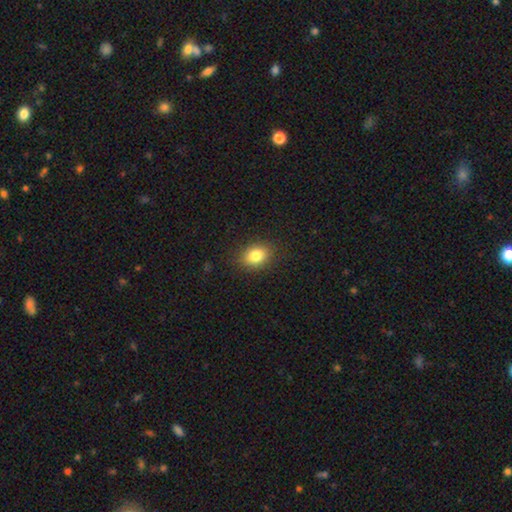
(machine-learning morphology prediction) Smooth or featured? Predicted: smooth (p=0.82). How rounded? Predicted: in between (p=0.67). Merging? Predicted: none (p=0.86).